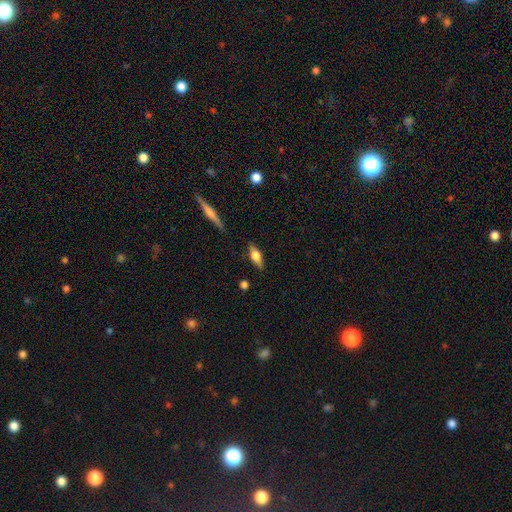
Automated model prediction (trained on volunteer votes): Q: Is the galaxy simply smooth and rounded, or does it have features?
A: smooth — 54%.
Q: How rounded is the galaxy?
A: in between — 60%.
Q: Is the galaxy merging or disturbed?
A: none — 83%.